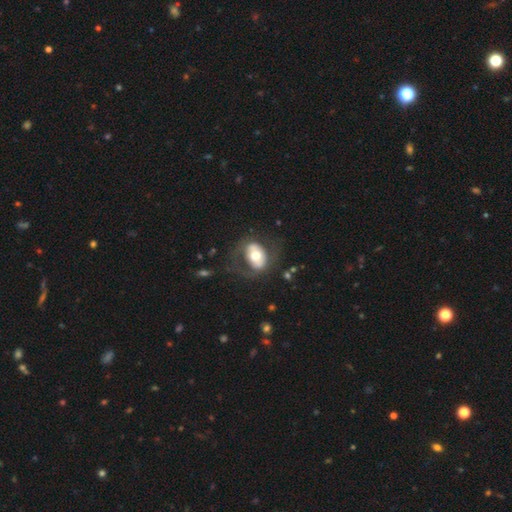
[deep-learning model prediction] Overall: featured or disk (48%; smooth 45%). Merging: none (60%).